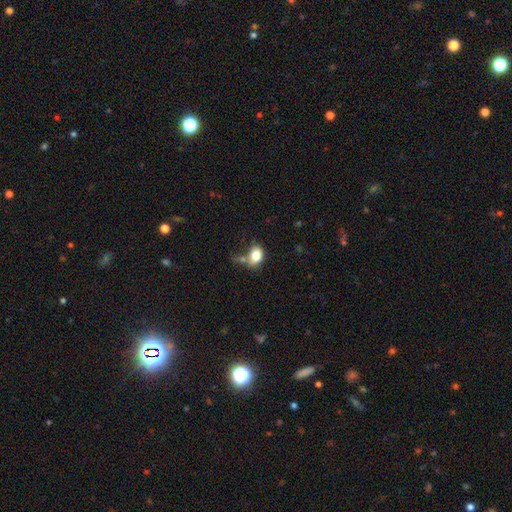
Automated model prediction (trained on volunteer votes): smooth 81%, featured or disk 9%, star or artifact 9%. Down the decision tree: how rounded — in between (67%); merging — none (44%).